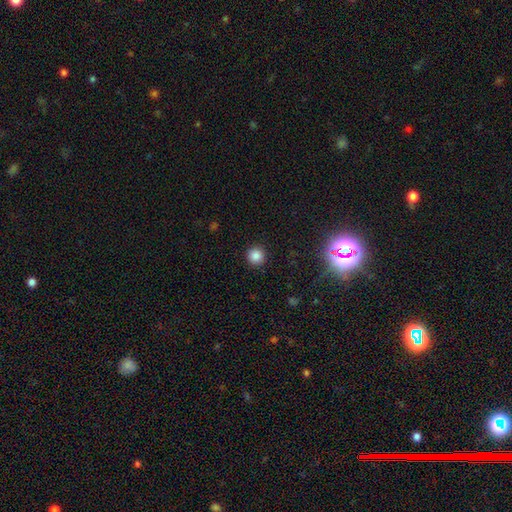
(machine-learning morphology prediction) Q: Smooth or featured?
A: smooth (84%); runner-up: star or artifact (12%)
Q: How rounded?
A: round (95%); runner-up: in between (4%)
Q: Merging?
A: none (92%); runner-up: minor disturbance (5%)